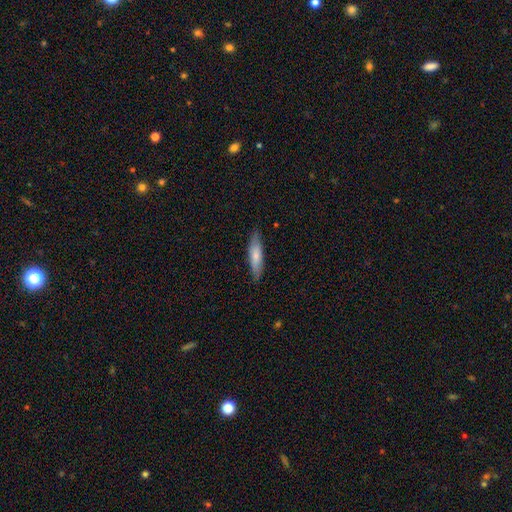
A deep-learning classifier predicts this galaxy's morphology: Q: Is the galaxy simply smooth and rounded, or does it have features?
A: smooth — 70%.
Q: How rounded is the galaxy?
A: cigar-shaped — 76%.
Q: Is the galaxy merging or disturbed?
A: none — 84%.